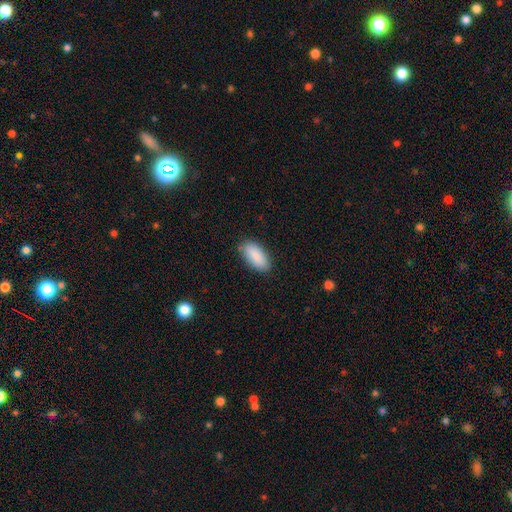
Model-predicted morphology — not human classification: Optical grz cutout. It shows a smooth galaxy with no disk features (89%) that is in between round and cigar-shaped (89%). Merging: none (84%).